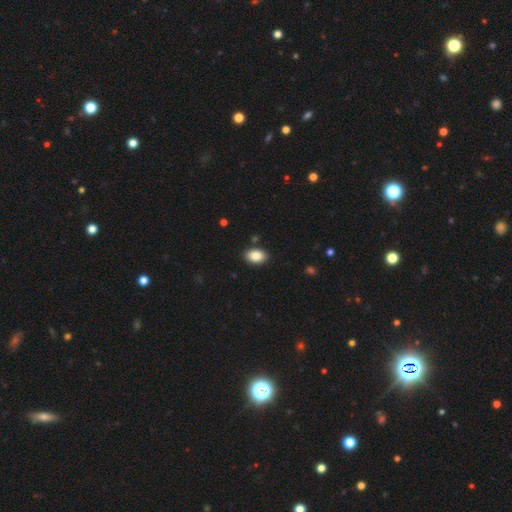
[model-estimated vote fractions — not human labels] Overall: smooth (86%). How rounded: in between (86%). Merging: none (87%).